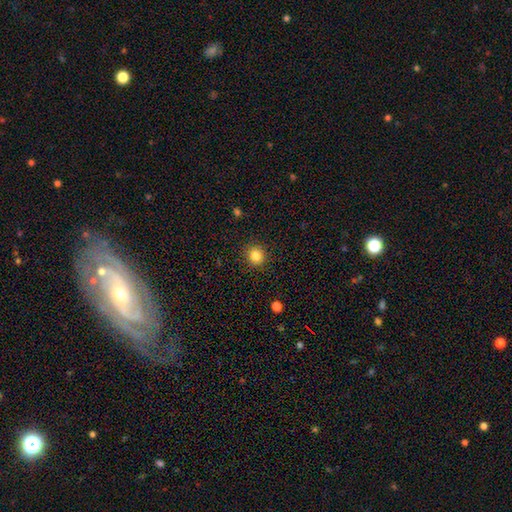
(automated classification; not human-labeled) This appears to be a smooth galaxy with no disk features (84%) that is round (88%). Merging: none (90%).